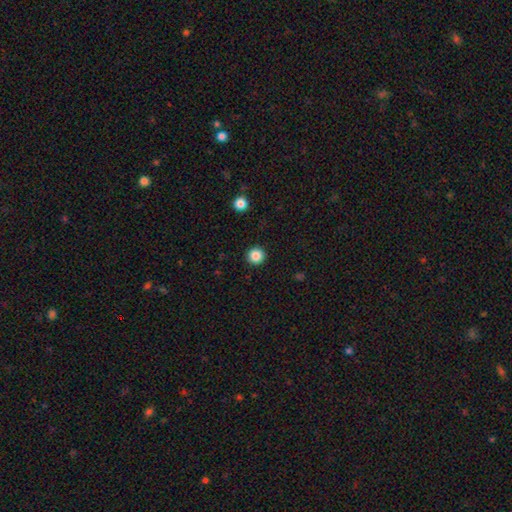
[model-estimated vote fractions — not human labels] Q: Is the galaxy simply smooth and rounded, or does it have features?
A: smooth — 86%.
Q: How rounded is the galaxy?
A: round — 96%.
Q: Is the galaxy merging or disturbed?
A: none — 93%.